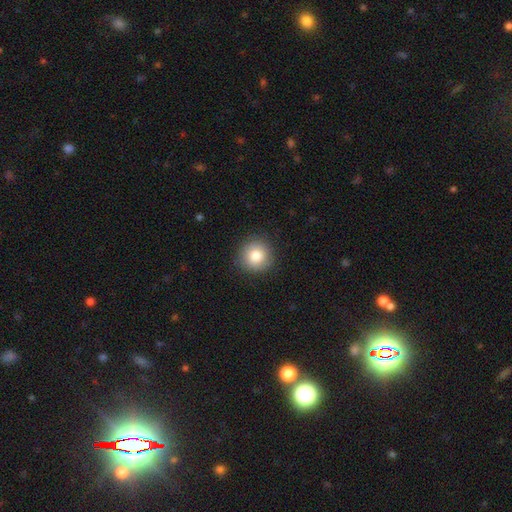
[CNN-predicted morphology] Q: Smooth or featured?
A: smooth (83%); runner-up: star or artifact (9%)
Q: How rounded?
A: round (93%); runner-up: in between (6%)
Q: Merging?
A: none (90%); runner-up: minor disturbance (7%)